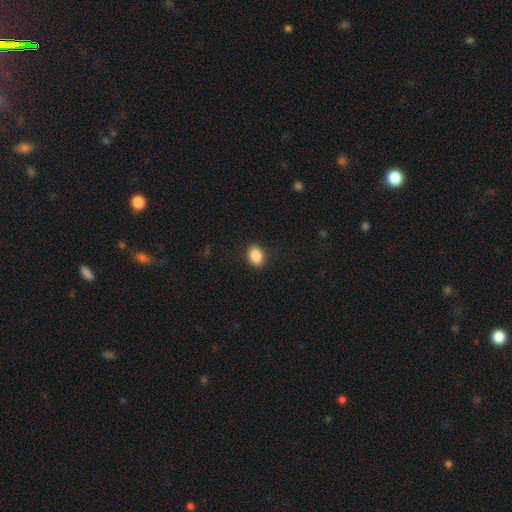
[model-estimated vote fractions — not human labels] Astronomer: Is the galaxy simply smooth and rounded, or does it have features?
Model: smooth — 87%.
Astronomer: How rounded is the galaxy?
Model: in between — 62% (runner-up: round, 37%).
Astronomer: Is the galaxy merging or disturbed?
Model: none — 90%.